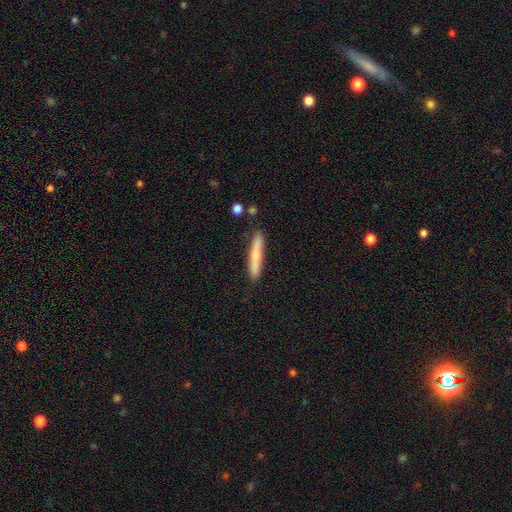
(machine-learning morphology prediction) Q: Smooth or featured?
A: smooth (62%); runner-up: featured or disk (32%)
Q: How rounded?
A: cigar-shaped (93%); runner-up: in between (5%)
Q: Merging?
A: none (84%); runner-up: minor disturbance (12%)